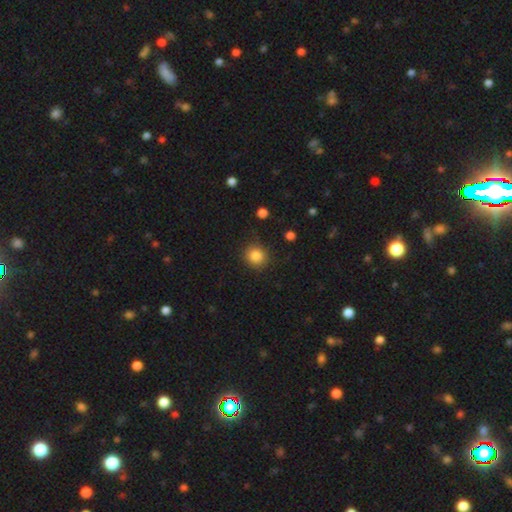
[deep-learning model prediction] smooth_or_featured: smooth (p=0.85) [alt: star or artifact p=0.10]
how_rounded: round (p=0.87) [alt: in between p=0.12]
merging: none (p=0.86) [alt: minor disturbance p=0.09]